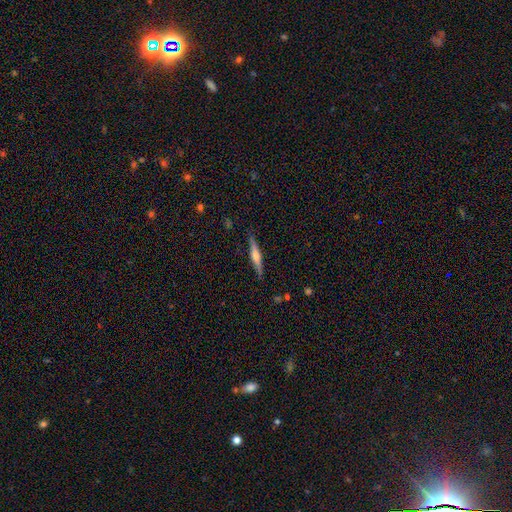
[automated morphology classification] A featured or disk galaxy (61%) viewed edge-on (97%) with a rounded central bulge (77%). Merging: none (88%).